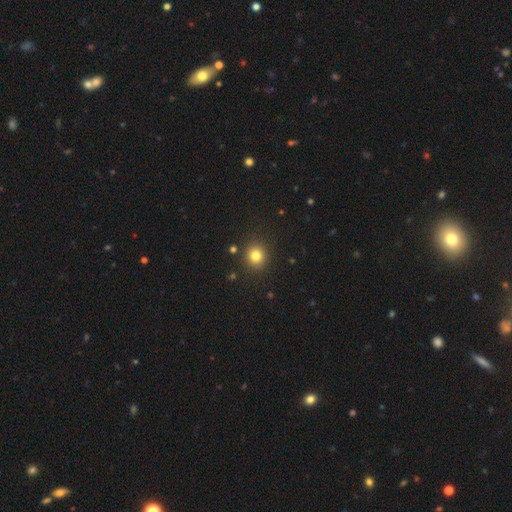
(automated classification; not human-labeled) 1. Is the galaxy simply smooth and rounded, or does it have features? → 81% smooth, 12% star or artifact, 6% featured or disk.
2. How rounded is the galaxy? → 88% round, 12% in between, 1% cigar-shaped.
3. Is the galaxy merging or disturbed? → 89% none, 7% minor disturbance, 2% major disturbance, 2% merger.